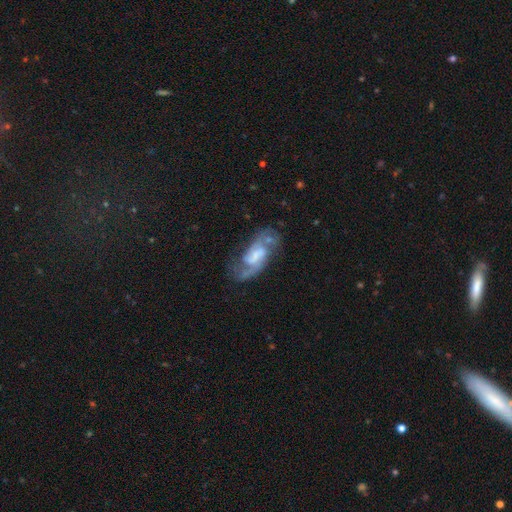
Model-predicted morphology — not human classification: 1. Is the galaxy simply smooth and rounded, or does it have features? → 80% featured or disk, 14% smooth, 6% star or artifact.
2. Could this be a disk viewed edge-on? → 96% no, 4% yes.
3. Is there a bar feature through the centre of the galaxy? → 51% weak, 31% no, 18% strong.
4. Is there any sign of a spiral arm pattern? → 91% yes, 9% no.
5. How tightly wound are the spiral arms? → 50% medium, 33% loose, 18% tight.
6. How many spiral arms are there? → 76% 2, 10% can't tell, 8% 1, 4% 3, 1% 4, 1% more than 4.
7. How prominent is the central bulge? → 33% small, 30% none, 27% moderate, 8% large, 2% dominant.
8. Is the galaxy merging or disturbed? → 49% none, 21% minor disturbance, 19% major disturbance, 11% merger.